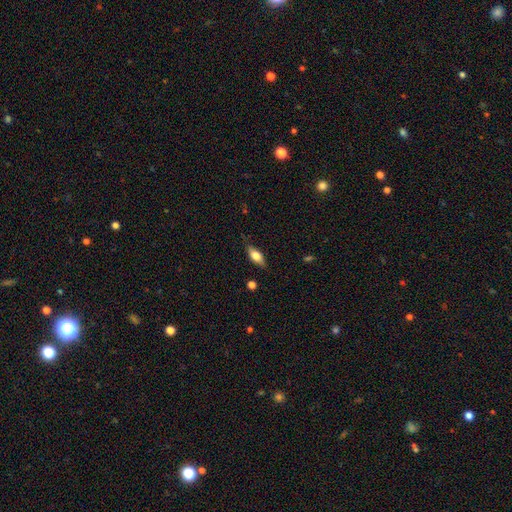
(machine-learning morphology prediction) type=smooth (67%); roundness=in between (78%); merging=none (77%).